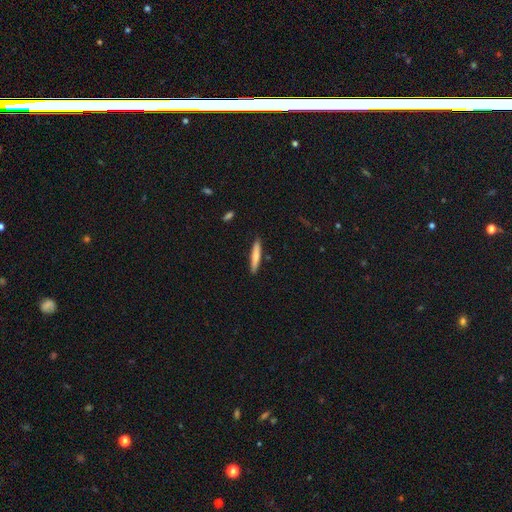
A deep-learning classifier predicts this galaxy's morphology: This appears to be a smooth galaxy with no disk features (74%) that is cigar-shaped (92%). Merging: none (89%).